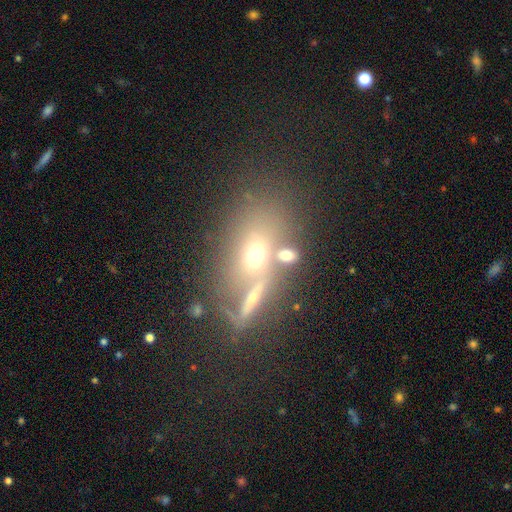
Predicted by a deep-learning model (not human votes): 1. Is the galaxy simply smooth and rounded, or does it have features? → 53% smooth, 31% featured or disk, 15% star or artifact.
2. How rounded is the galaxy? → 69% in between, 23% round, 8% cigar-shaped.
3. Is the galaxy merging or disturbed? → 43% none, 35% merger, 13% minor disturbance, 10% major disturbance.